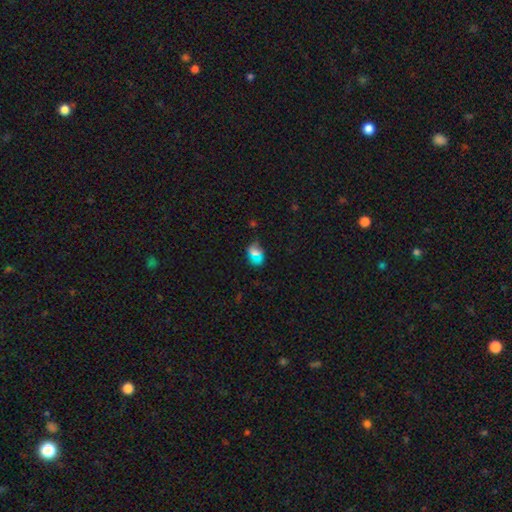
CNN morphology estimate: smooth_or_featured: smooth (p=0.60) [alt: star or artifact p=0.28]
how_rounded: in between (p=0.56) [alt: round p=0.40]
merging: none (p=0.69) [alt: minor disturbance p=0.19]